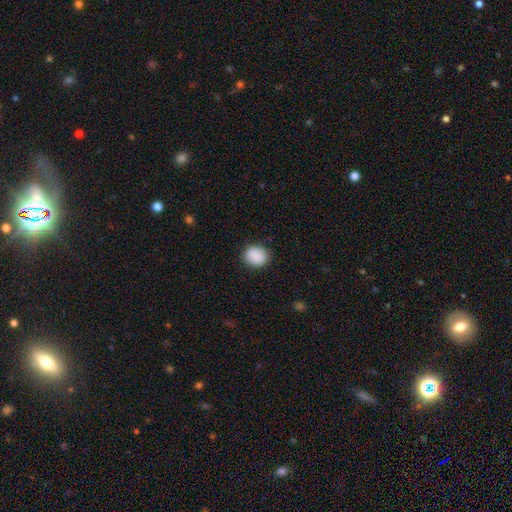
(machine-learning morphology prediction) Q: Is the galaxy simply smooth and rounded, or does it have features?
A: smooth — 90%.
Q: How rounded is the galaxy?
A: round — 61%.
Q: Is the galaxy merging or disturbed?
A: none — 87%.